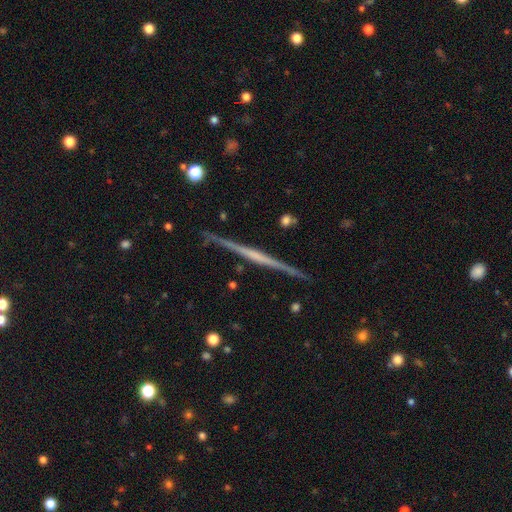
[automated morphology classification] Smooth or featured? featured or disk (79%)
Edge-on disk? yes (98%)
Edge-on bulge? none (54%)
Merging? none (91%)